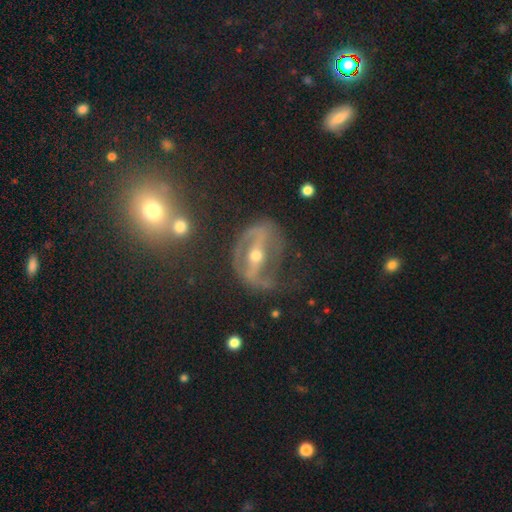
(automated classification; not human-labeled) The model was most divided on "bulge size": moderate: 58%, small: 37%, large: 2%, none: 1%, dominant: 1%. Remaining: edge-on disk — no (88%); smooth or featured — featured or disk (82%); bar — strong (70%); spiral arms — yes (69%); merging — none (48%).